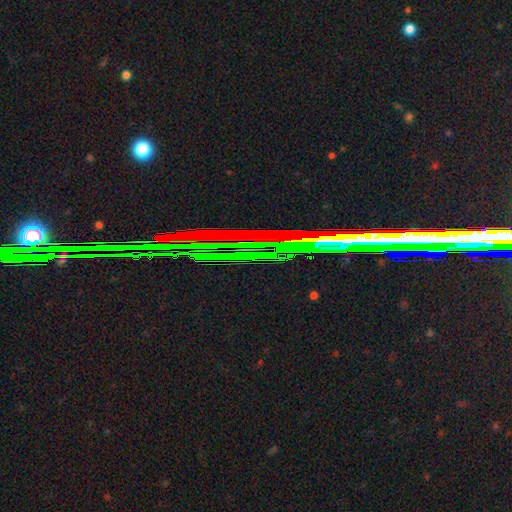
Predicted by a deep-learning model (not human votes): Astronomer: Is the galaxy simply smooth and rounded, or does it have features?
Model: star or artifact — 71%.